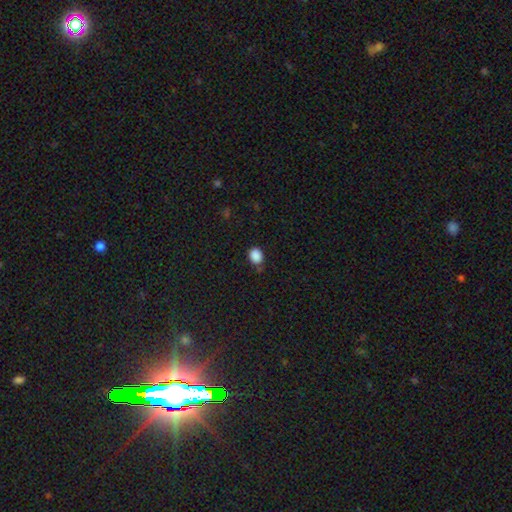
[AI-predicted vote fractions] smooth 87%, star or artifact 10%, featured or disk 3%. Down the decision tree: how rounded — in between (54%); merging — none (73%).